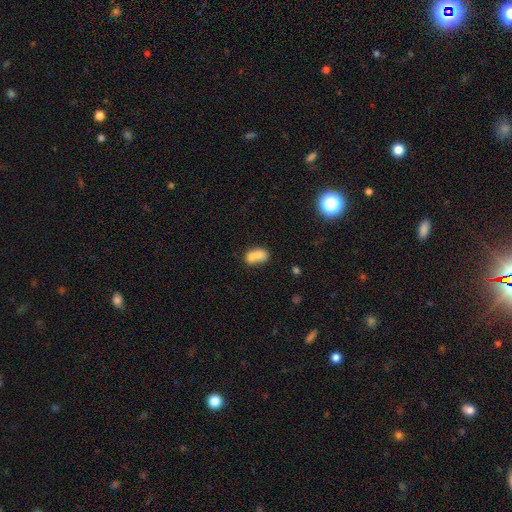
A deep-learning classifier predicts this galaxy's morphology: Smooth or featured: smooth — 72% (featured or disk — 19%)
How rounded: in between — 72% (round — 26%)
Merging: merger — 63% (none — 23%)